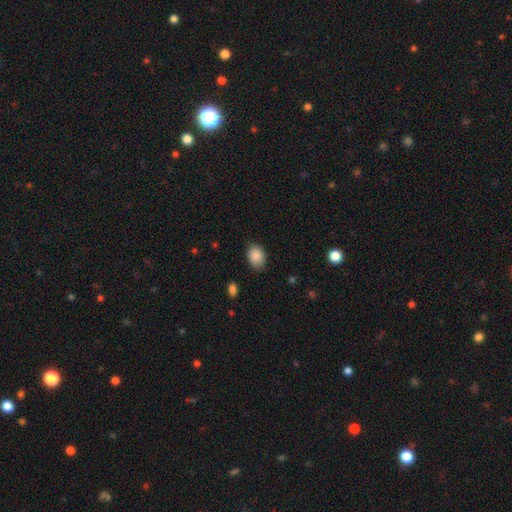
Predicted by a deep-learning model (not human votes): Morphology: type=smooth (87%); roundness=in between (66%); merging=none (78%).